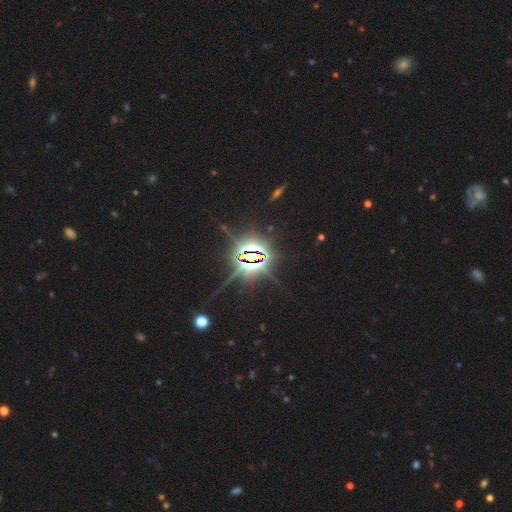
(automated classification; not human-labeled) Smooth or featured?
  - star or artifact: 85% *
  - featured or disk: 9%
  - smooth: 6%